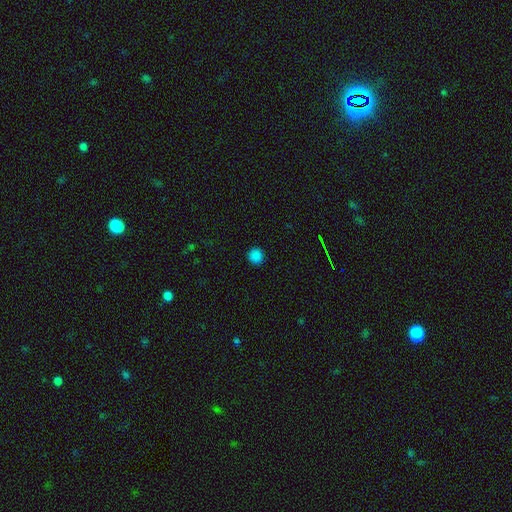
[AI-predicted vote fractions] A smooth galaxy with no disk features (84%) that is round (94%).

Vote fractions:
- Smooth or featured? smooth: 84% / star or artifact: 13% / featured or disk: 3%
- How rounded? round: 94% / in between: 5% / cigar-shaped: 1%
- Merging? none: 92% / minor disturbance: 5% / major disturbance: 2% / merger: 1%